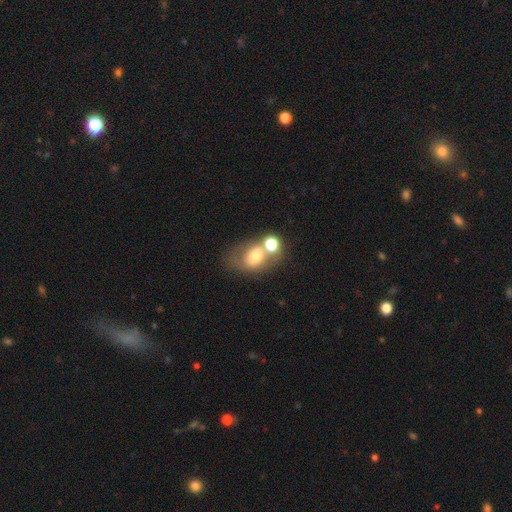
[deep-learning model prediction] smooth 61%, featured or disk 27%, star or artifact 12%. Down the decision tree: how rounded — in between (60%); merging — merger (45%).